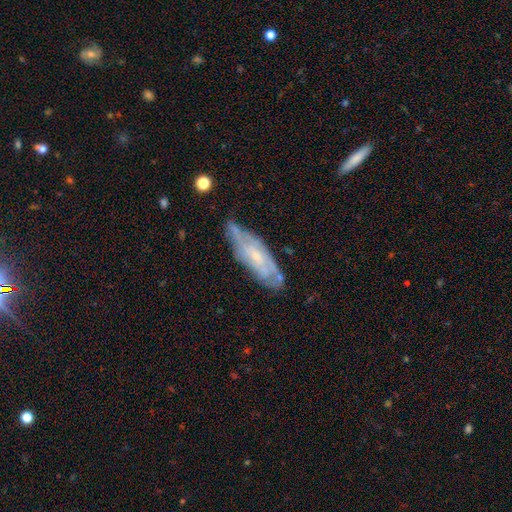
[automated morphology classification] Smooth or featured?
  - featured or disk: 68% *
  - smooth: 25%
  - star or artifact: 7%
Edge-on disk?
  - no: 77% *
  - yes: 23%
Bar?
  - no: 65% *
  - weak: 29%
  - strong: 6%
Spiral arms?
  - yes: 77% *
  - no: 23%
Bulge size?
  - small: 65% *
  - moderate: 25%
  - none: 7%
  - large: 2%
  - dominant: 1%
Merging?
  - none: 65% *
  - minor disturbance: 25%
  - major disturbance: 7%
  - merger: 3%